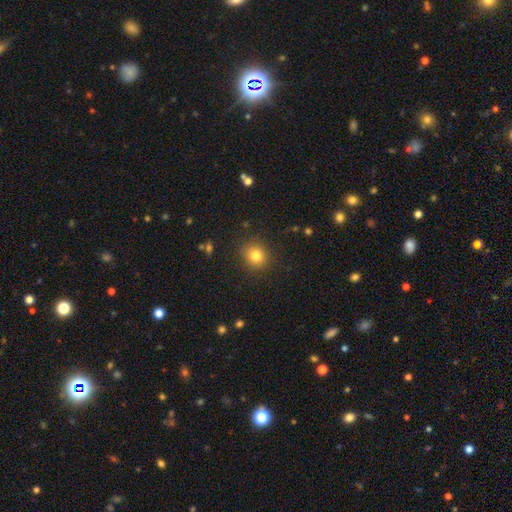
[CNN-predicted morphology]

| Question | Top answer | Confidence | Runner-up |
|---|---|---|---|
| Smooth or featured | smooth | 81% | star or artifact (12%) |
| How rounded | round | 83% | in between (17%) |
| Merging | none | 87% | minor disturbance (9%) |